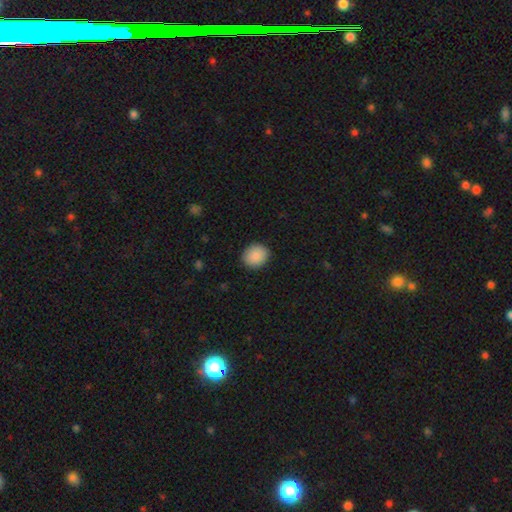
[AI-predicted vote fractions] Smooth or featured: smooth — 90% (star or artifact — 7%)
How rounded: round — 71% (in between — 28%)
Merging: none — 89% (minor disturbance — 8%)